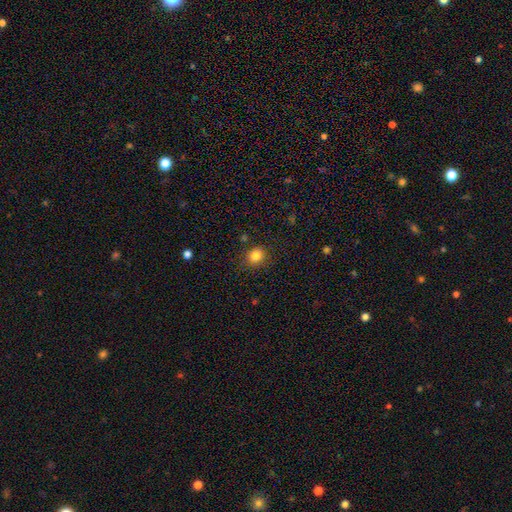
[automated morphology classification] smooth-or-featured: smooth: 83% | star or artifact: 12% | featured or disk: 5%
  how-rounded: round: 79% | in between: 20% | cigar-shaped: 1%
  merging: none: 83% | minor disturbance: 11% | major disturbance: 3% | merger: 2%